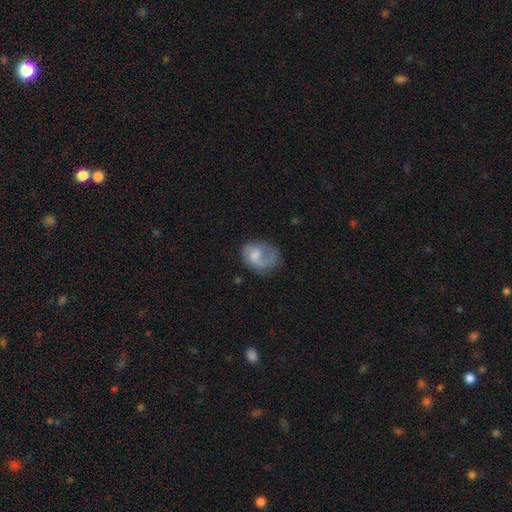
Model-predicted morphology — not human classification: A featured or disk galaxy (56%) with no bar (53%), spiral arms (83%) and a moderate central bulge (37%). Merging: none (47%).